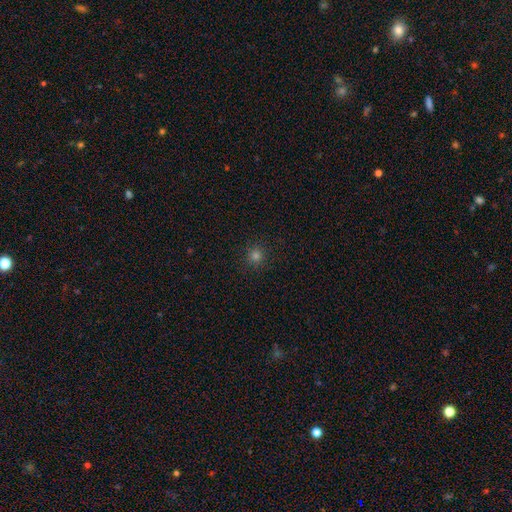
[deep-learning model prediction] A smooth galaxy with no disk features (74%) that is round (93%).

Vote fractions:
- Smooth or featured? smooth: 74% / star or artifact: 21% / featured or disk: 5%
- How rounded? round: 93% / in between: 6% / cigar-shaped: 1%
- Merging? none: 90% / minor disturbance: 7% / major disturbance: 2% / merger: 1%